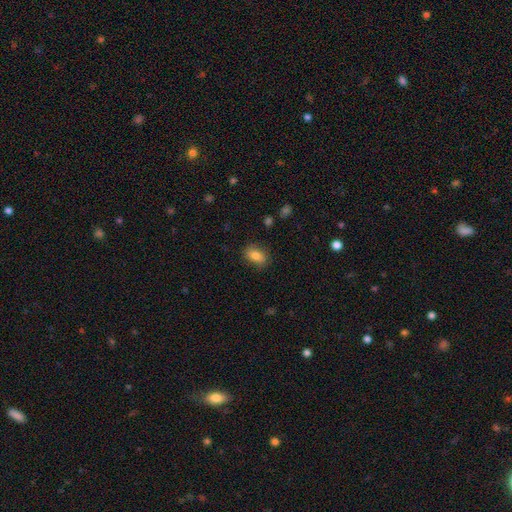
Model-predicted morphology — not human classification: type=smooth (82%); roundness=in between (84%); merging=none (83%).